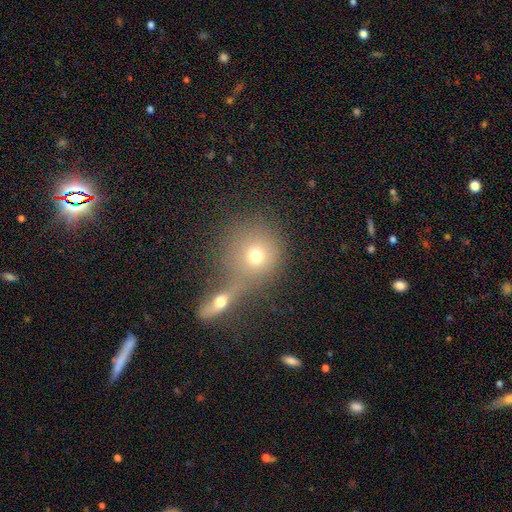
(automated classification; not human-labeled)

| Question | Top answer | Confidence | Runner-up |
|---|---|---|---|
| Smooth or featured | smooth | 69% | featured or disk (17%) |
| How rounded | round | 86% | in between (12%) |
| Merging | merger | 45% | none (43%) |